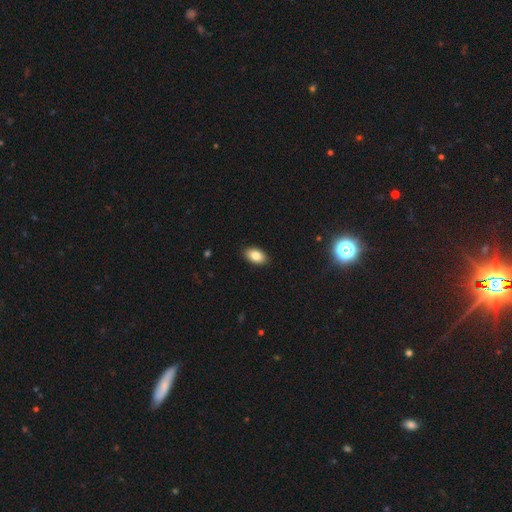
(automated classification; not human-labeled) The model was most divided on "smooth or featured": smooth: 85%, star or artifact: 8%, featured or disk: 7%. More confident: how rounded — in between (92%); merging — none (89%).